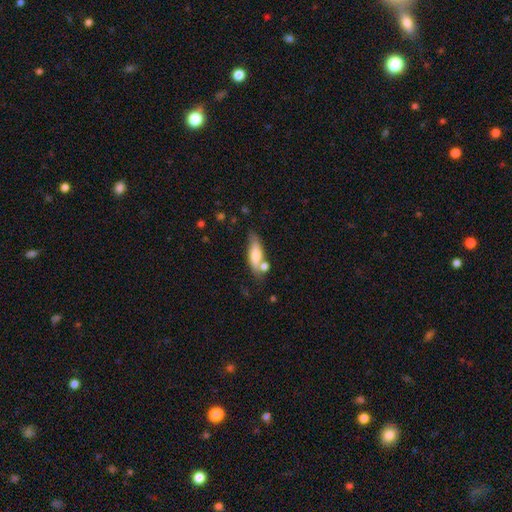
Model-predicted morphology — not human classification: This is likely a smooth galaxy (66%). How rounded: possibly in between (57%). Merging: possibly none (57%).